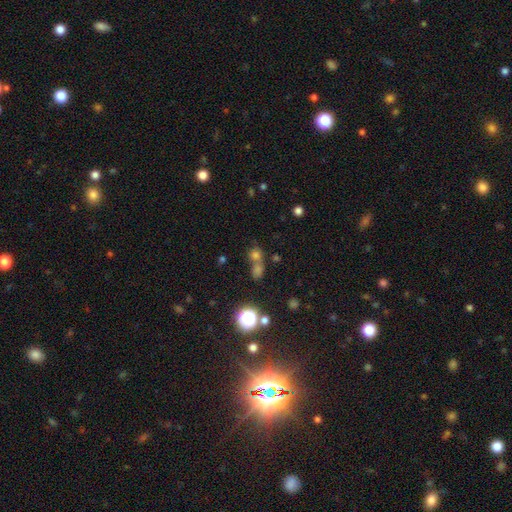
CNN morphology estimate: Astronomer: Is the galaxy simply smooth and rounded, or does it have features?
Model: smooth — 63%.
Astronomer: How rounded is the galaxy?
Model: round — 77%.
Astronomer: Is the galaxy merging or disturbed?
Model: merger — 47% (runner-up: none, 42%).